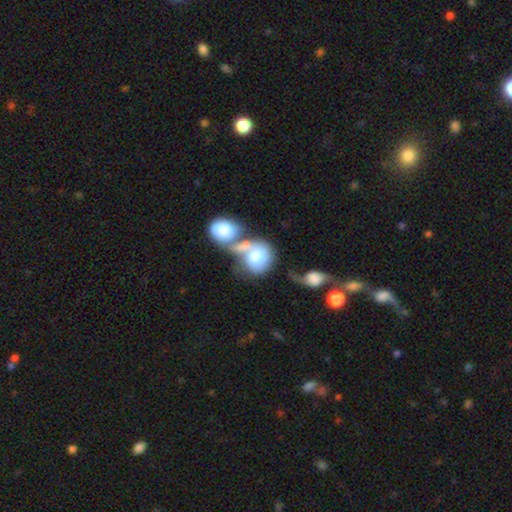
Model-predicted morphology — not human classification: type=smooth (63%); roundness=round (63%); merging=merger (66%).